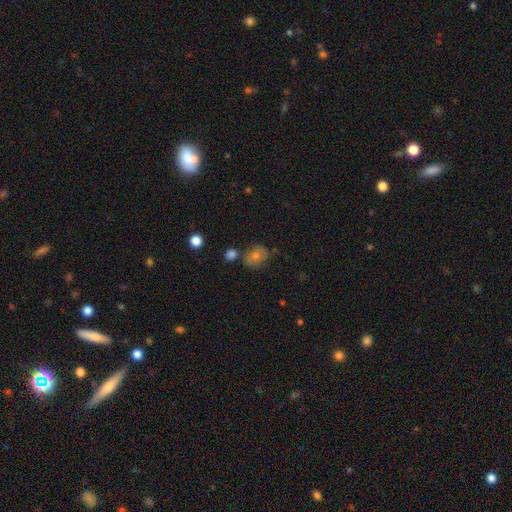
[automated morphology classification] smooth-or-featured: smooth: 57% | featured or disk: 22% | star or artifact: 20%
  how-rounded: round: 65% | in between: 34% | cigar-shaped: 1%
  merging: none: 67% | minor disturbance: 17% | merger: 10% | major disturbance: 6%